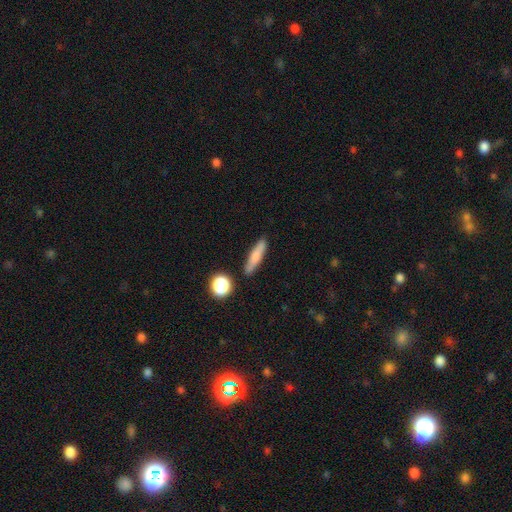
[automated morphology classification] smooth_or_featured: smooth (p=0.74) [alt: featured or disk p=0.18]
how_rounded: cigar-shaped (p=0.80) [alt: in between p=0.16]
merging: none (p=0.85) [alt: minor disturbance p=0.09]